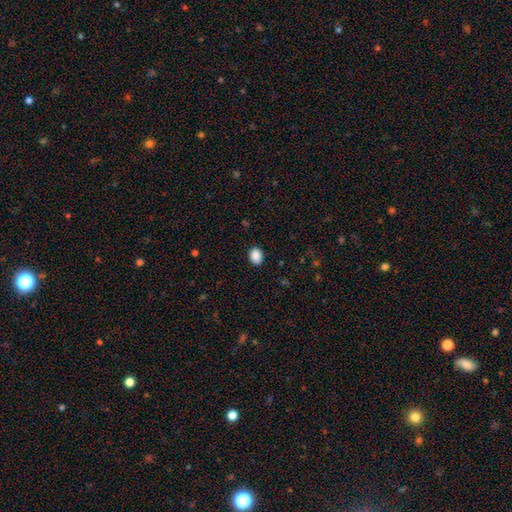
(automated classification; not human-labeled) Smooth or featured?
  - smooth: 89% *
  - star or artifact: 8%
  - featured or disk: 3%
How rounded?
  - in between: 67% *
  - round: 32%
  - cigar-shaped: 1%
Merging?
  - none: 89% *
  - minor disturbance: 8%
  - major disturbance: 2%
  - merger: 1%